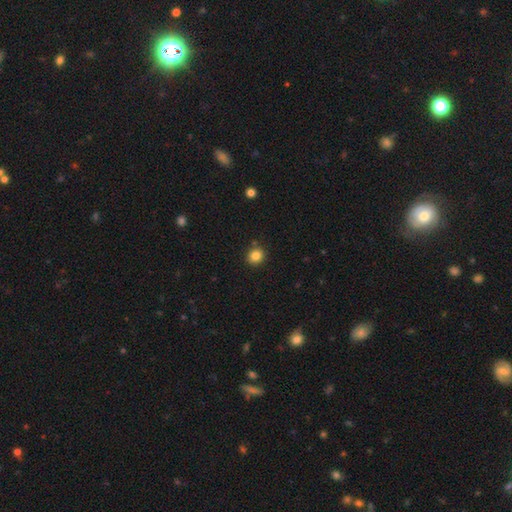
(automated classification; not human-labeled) A smooth galaxy with no disk features (84%) that is round (81%). Merging: none (87%).